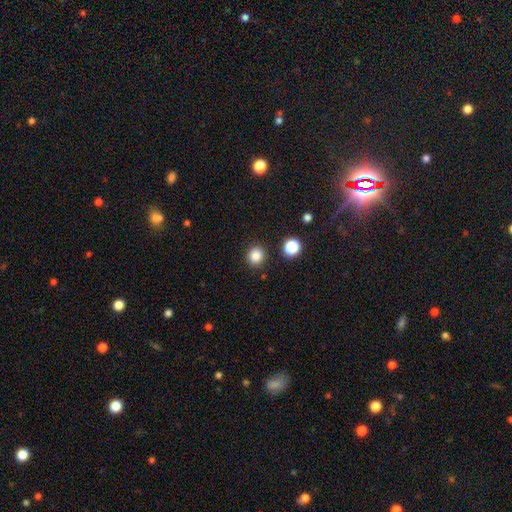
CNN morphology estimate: smooth 84%, star or artifact 12%, featured or disk 4%. Down the decision tree: how rounded — round (88%); merging — none (89%).